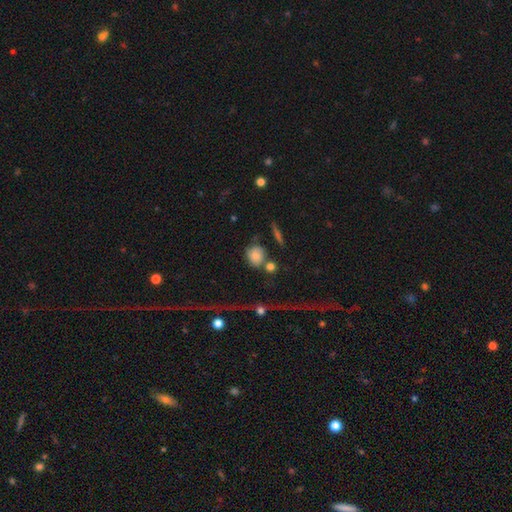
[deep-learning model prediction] A smooth galaxy with no disk features (75%) that is round (75%). Merging: none (58%).